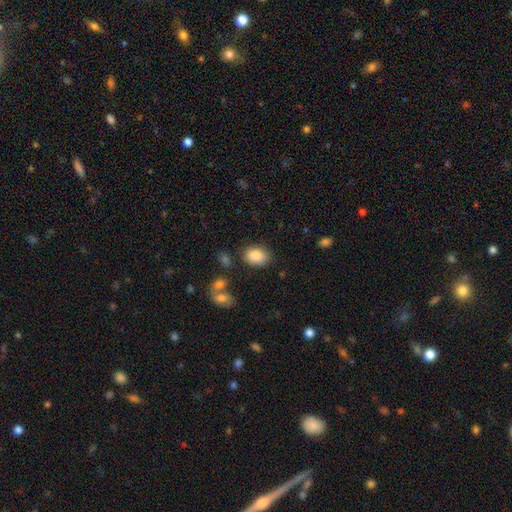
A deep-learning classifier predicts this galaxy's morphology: A smooth galaxy with no disk features (86%) that is in between round and cigar-shaped (77%). Merging: none (81%).